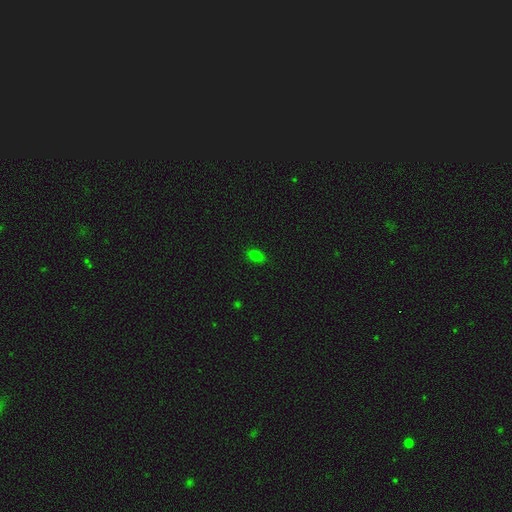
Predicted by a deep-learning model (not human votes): This appears to be a smooth galaxy with no disk features (79%) that is in between round and cigar-shaped (86%). Merging: none (87%).